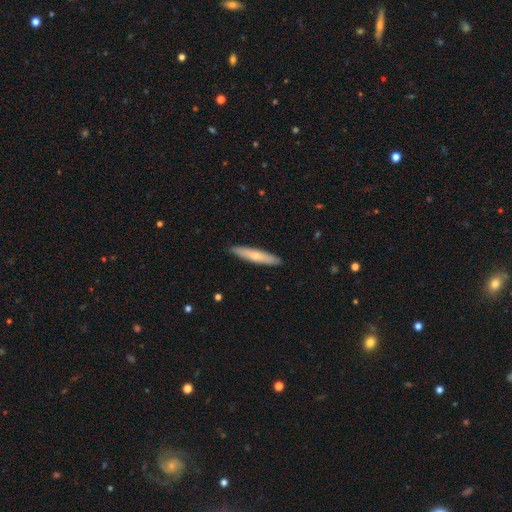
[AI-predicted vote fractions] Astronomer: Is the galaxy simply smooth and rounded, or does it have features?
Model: smooth — 58% (runner-up: featured or disk, 37%).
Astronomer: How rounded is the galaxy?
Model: cigar-shaped — 89%.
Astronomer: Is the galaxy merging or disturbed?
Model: none — 90%.